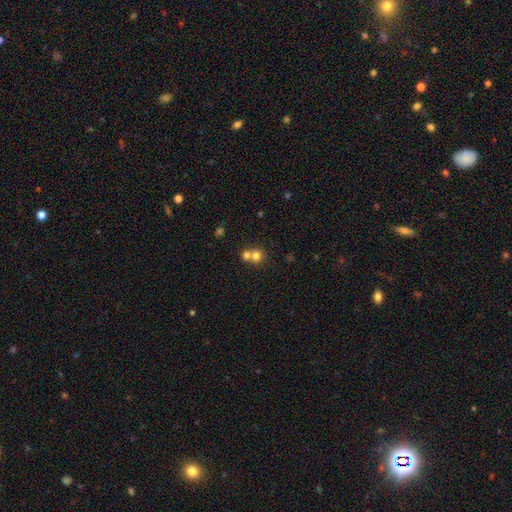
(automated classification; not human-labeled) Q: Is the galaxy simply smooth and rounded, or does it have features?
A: smooth — 75%.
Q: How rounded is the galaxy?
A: round — 85%.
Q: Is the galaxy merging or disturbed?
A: merger — 55%.